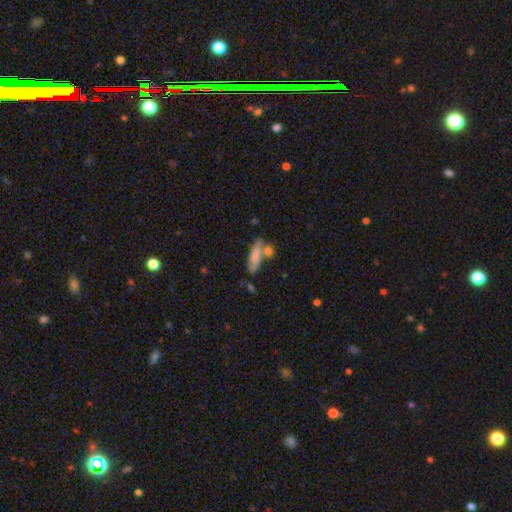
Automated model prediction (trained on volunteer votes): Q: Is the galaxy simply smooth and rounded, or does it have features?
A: smooth — 77%.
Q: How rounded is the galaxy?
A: in between — 59%.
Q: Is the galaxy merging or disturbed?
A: none — 51%.